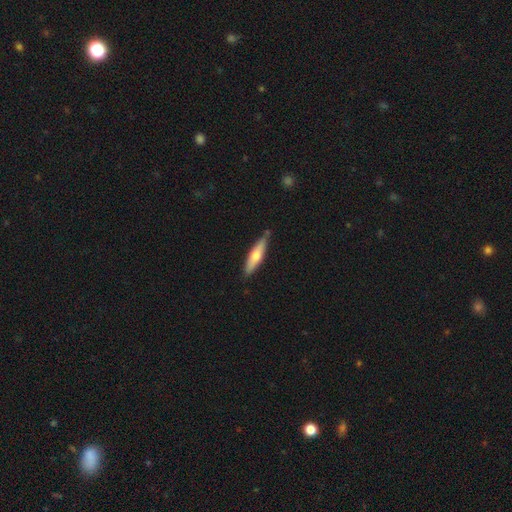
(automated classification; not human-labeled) Smooth or featured? Predicted: smooth (p=0.58). How rounded? Predicted: cigar-shaped (p=0.74). Merging? Predicted: none (p=0.80).